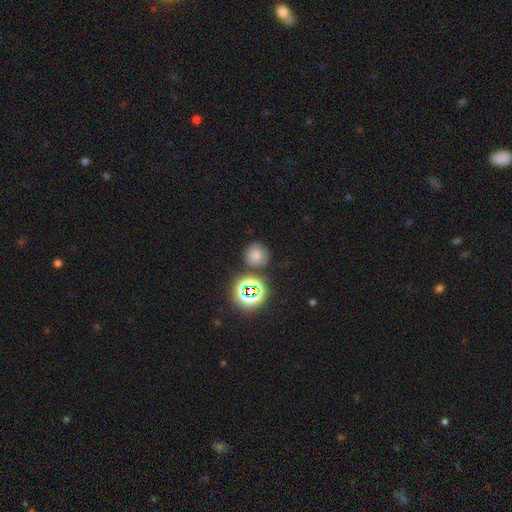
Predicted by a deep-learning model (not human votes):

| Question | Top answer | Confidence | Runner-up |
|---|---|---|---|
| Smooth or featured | smooth | 66% | star or artifact (23%) |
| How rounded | round | 88% | in between (10%) |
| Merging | none | 73% | minor disturbance (14%) |